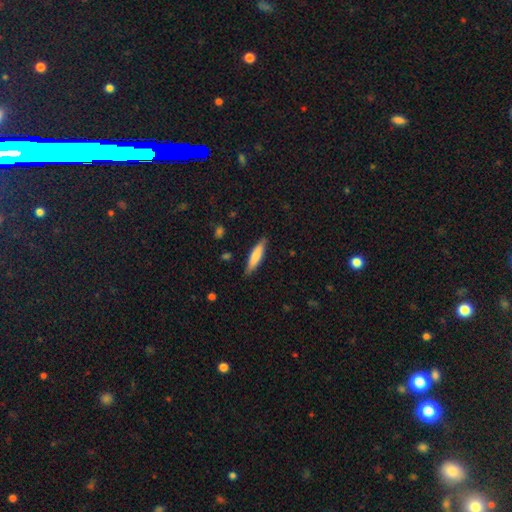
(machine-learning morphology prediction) A smooth galaxy with no disk features (75%) that is cigar-shaped (75%).

Vote fractions:
- Smooth or featured? smooth: 75% / featured or disk: 19% / star or artifact: 6%
- How rounded? cigar-shaped: 75% / in between: 23% / round: 1%
- Merging? none: 83% / minor disturbance: 13% / major disturbance: 2% / merger: 1%